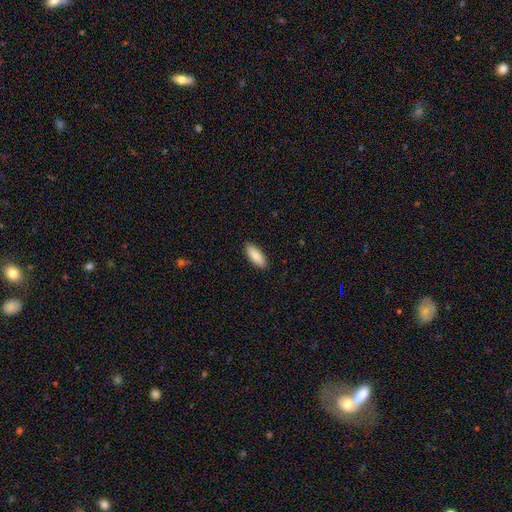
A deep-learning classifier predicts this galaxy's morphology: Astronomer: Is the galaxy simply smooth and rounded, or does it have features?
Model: smooth — 85%.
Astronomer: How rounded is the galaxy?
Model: in between — 73%.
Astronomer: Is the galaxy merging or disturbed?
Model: none — 90%.